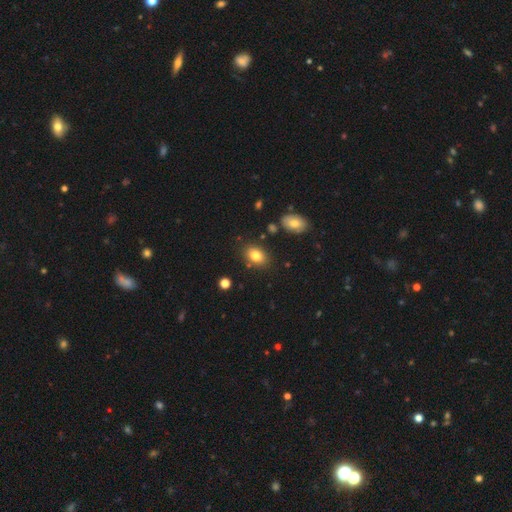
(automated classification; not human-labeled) Smooth or featured? Predicted: smooth (p=0.81). How rounded? Predicted: in between (p=0.81). Merging? Predicted: none (p=0.82).